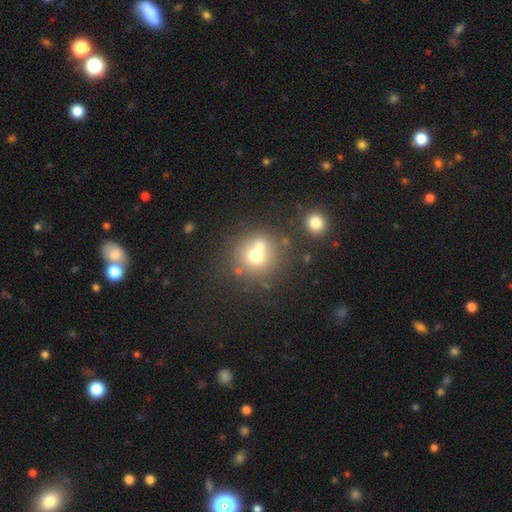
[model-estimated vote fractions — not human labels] Overall: smooth (67%). How rounded: round (90%). Merging: none (54%; merger 34%).